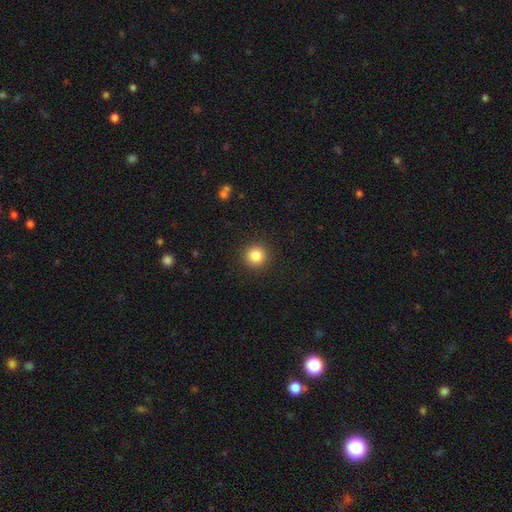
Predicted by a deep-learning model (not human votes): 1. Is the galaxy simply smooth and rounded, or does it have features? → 85% smooth, 10% star or artifact, 5% featured or disk.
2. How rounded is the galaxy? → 95% round, 4% in between, 1% cigar-shaped.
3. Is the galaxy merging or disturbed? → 92% none, 5% minor disturbance, 2% major disturbance, 1% merger.